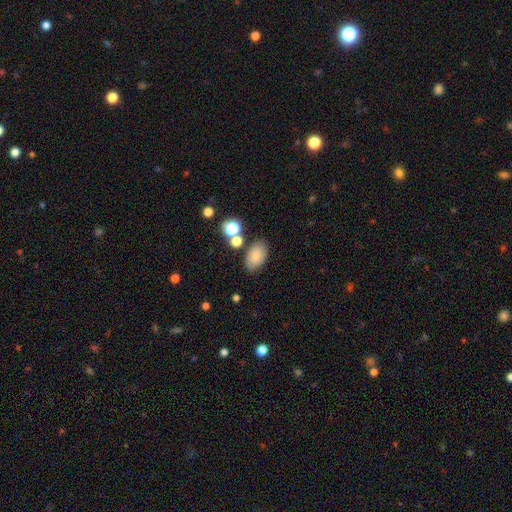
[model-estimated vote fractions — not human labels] Smooth or featured?
  - smooth: 77% *
  - featured or disk: 13%
  - star or artifact: 10%
How rounded?
  - in between: 90% *
  - round: 9%
  - cigar-shaped: 1%
Merging?
  - none: 75% *
  - minor disturbance: 14%
  - merger: 8%
  - major disturbance: 4%